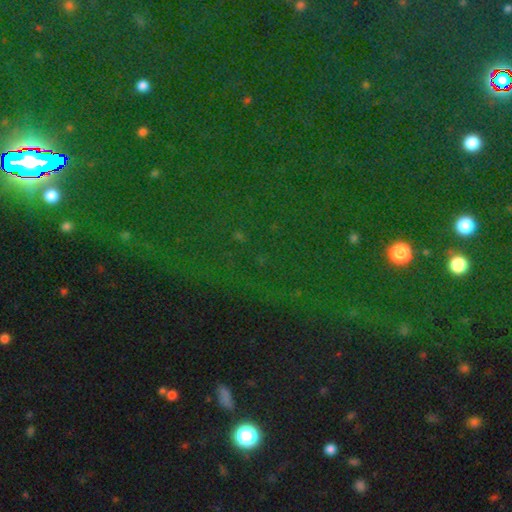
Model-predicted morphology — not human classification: Q: Smooth or featured?
A: star or artifact (78%); runner-up: smooth (13%)